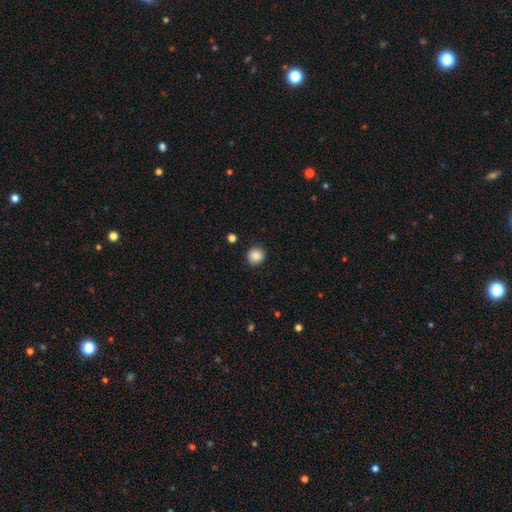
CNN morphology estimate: smooth 87%, star or artifact 9%, featured or disk 4%. Down the decision tree: how rounded — round (92%); merging — none (91%).